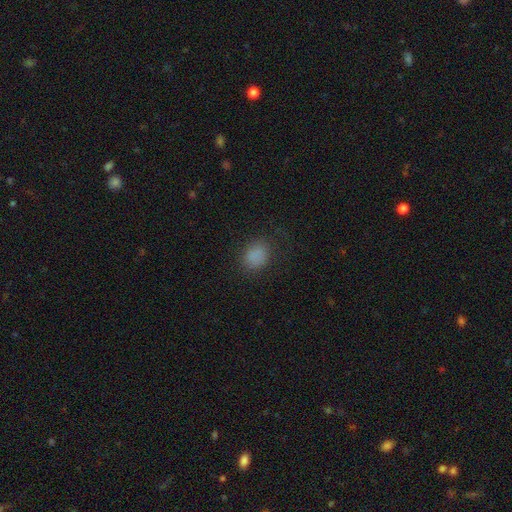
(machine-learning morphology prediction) Smooth or featured? smooth (82%)
How rounded? round (50%)
Merging? none (78%)